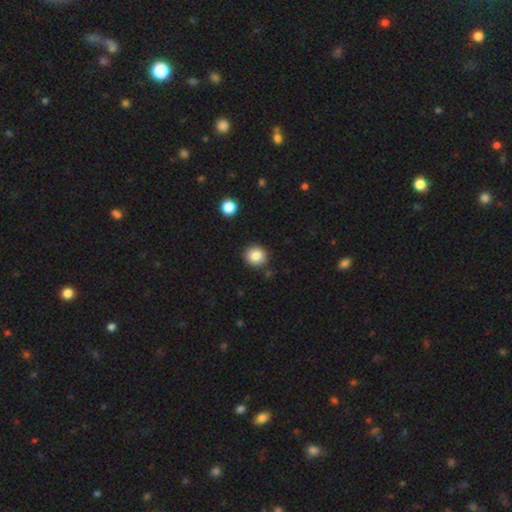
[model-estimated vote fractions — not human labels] Smooth or featured? smooth (85%)
How rounded? round (86%)
Merging? none (87%)